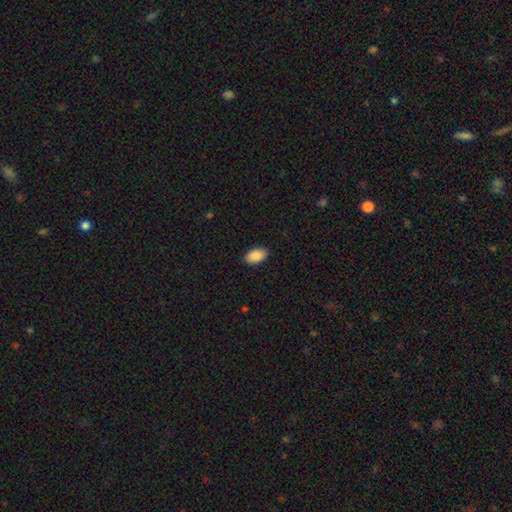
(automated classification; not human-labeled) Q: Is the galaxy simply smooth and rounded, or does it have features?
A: smooth — 90%.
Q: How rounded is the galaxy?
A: in between — 94%.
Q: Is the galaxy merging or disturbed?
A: none — 89%.